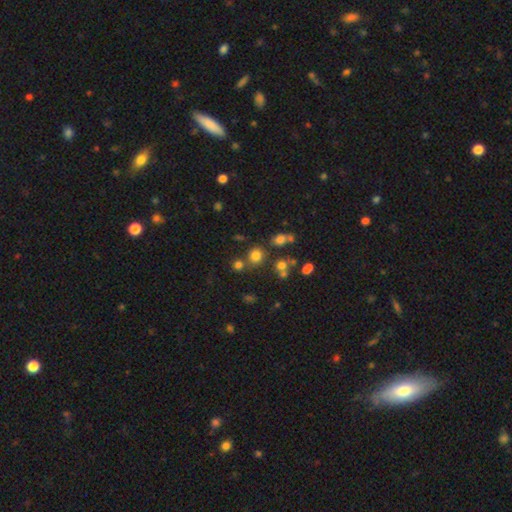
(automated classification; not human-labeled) The model was most divided on "merging": none: 69%, merger: 17%, minor disturbance: 9%, major disturbance: 4%. More confident: how rounded — round (84%); smooth or featured — smooth (73%).